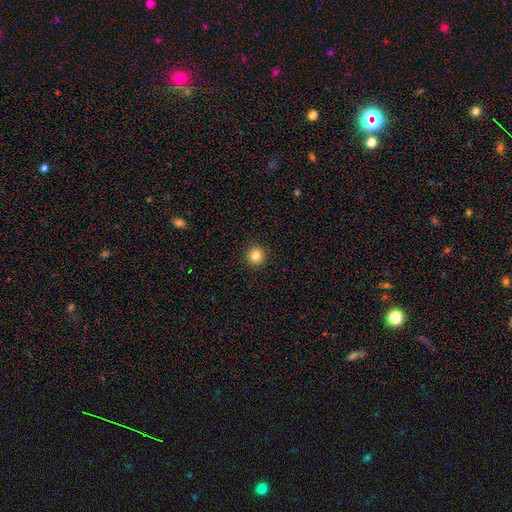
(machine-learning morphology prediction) smooth 83%, star or artifact 11%, featured or disk 6%. Down the decision tree: how rounded — round (95%); merging — none (93%).